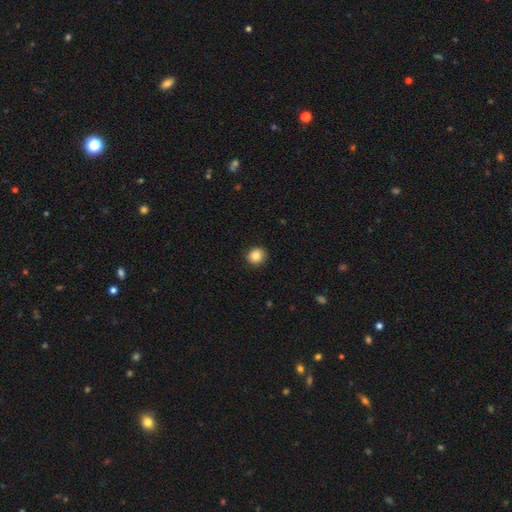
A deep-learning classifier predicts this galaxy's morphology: Q: Smooth or featured?
A: smooth (86%); runner-up: star or artifact (9%)
Q: How rounded?
A: round (86%); runner-up: in between (13%)
Q: Merging?
A: none (91%); runner-up: minor disturbance (7%)